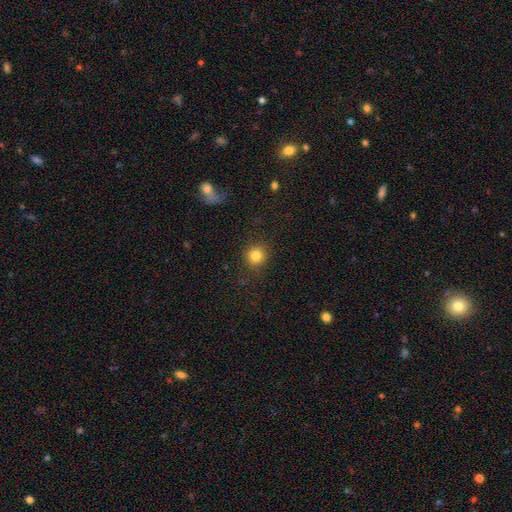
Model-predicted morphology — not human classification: Smooth or featured? smooth (83%)
How rounded? round (90%)
Merging? none (88%)